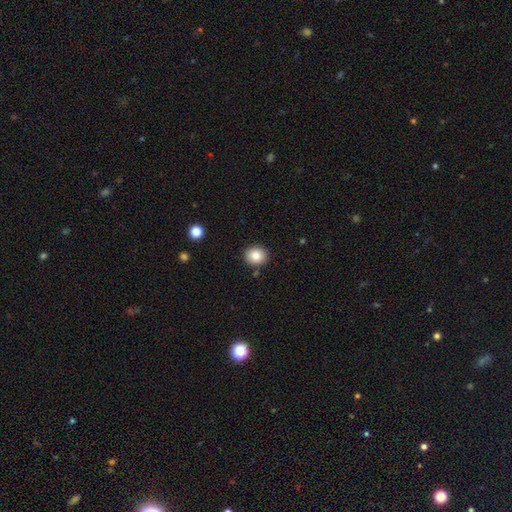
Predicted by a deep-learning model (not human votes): A smooth galaxy with no disk features (84%) that is round (81%). Merging: none (89%).